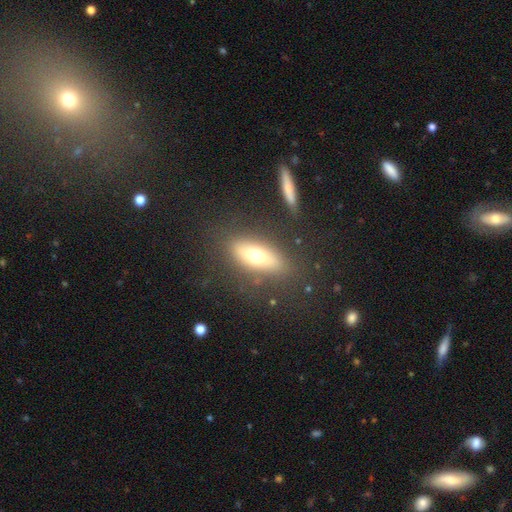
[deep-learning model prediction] Smooth or featured? smooth (60%)
How rounded? in between (61%)
Merging? none (77%)